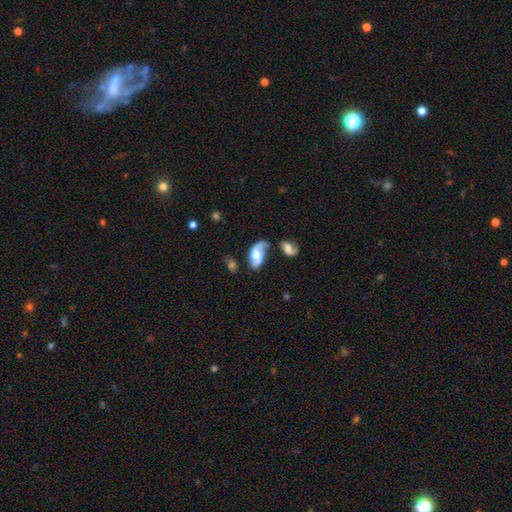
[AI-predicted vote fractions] A featured or disk galaxy (70%) with no bar (62%), 2 (82%) loose (65%) spiral arms (87%) and a moderate central bulge (54%). Merging: none (41%).